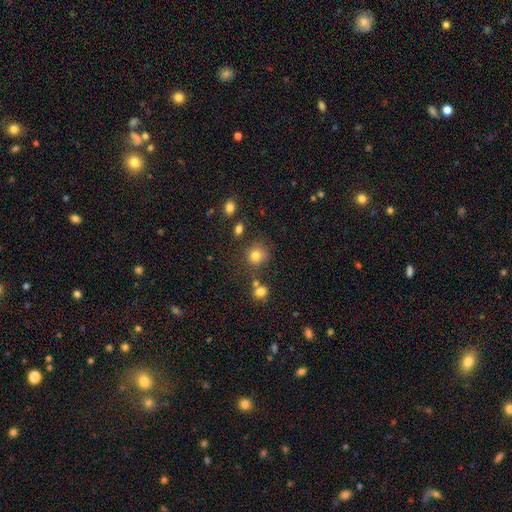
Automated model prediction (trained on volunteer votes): A smooth galaxy with no disk features (80%) that is round (86%).

Vote fractions:
- Smooth or featured? smooth: 80% / star or artifact: 13% / featured or disk: 7%
- How rounded? round: 86% / in between: 13% / cigar-shaped: 1%
- Merging? none: 70% / minor disturbance: 16% / merger: 9% / major disturbance: 6%